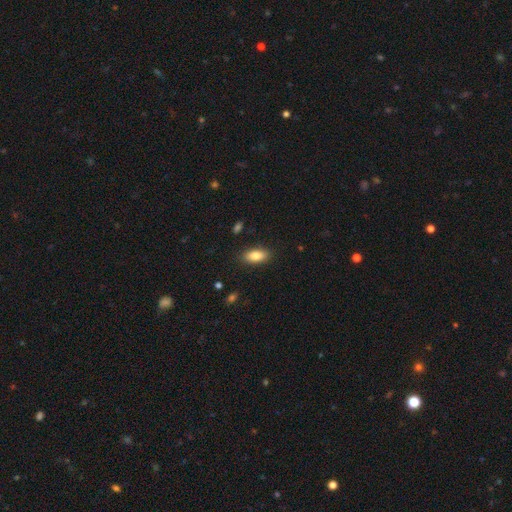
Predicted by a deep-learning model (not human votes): This is clearly a smooth galaxy (83%). How rounded: clearly in between (87%). Merging: clearly none (87%).